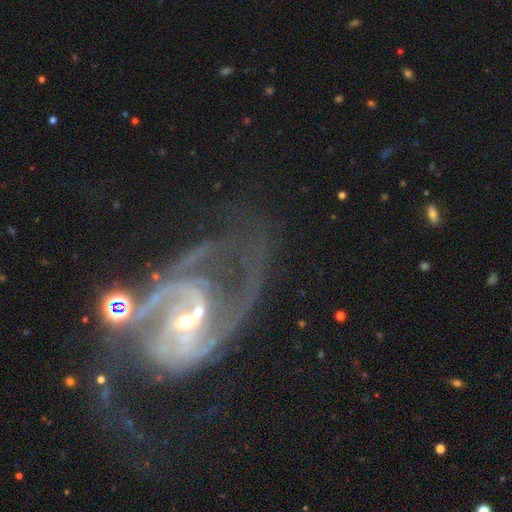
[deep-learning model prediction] Smooth or featured? Predicted: featured or disk (p=0.89). Edge-on disk? Predicted: no (p=0.97). Bar? Predicted: weak (p=0.41). Spiral arms? Predicted: yes (p=0.96). Spiral winding? Predicted: medium (p=0.49). Spiral arm count? Predicted: 2 (p=0.66). Bulge size? Predicted: small (p=0.72). Merging? Predicted: none (p=0.36).